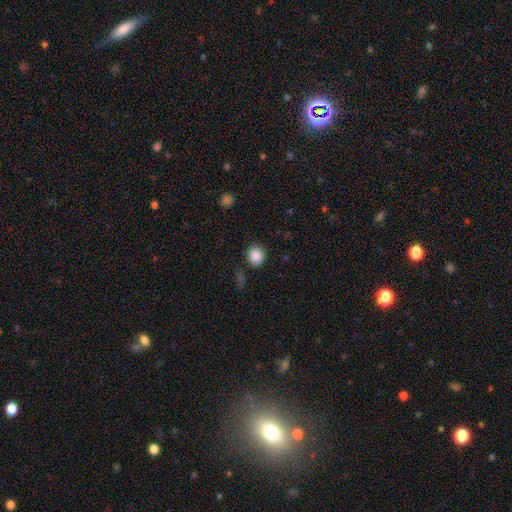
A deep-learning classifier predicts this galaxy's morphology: smooth-or-featured: smooth: 87% | star or artifact: 9% | featured or disk: 4%
  how-rounded: round: 84% | in between: 16% | cigar-shaped: 1%
  merging: none: 86% | minor disturbance: 8% | major disturbance: 3% | merger: 3%